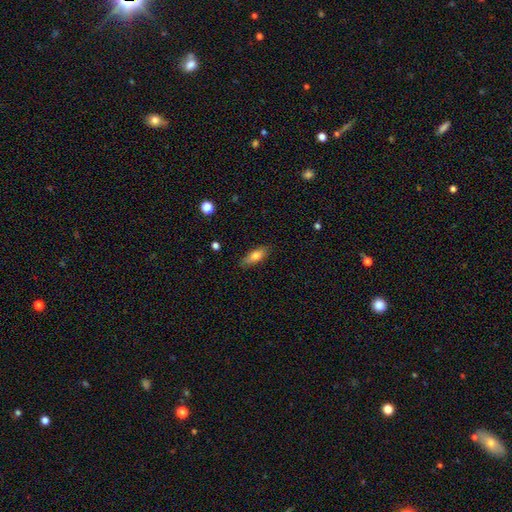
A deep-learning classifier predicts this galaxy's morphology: smooth-or-featured: smooth: 76% | featured or disk: 17% | star or artifact: 7%
  how-rounded: in between: 69% | cigar-shaped: 29% | round: 3%
  merging: none: 85% | minor disturbance: 12% | major disturbance: 2% | merger: 1%